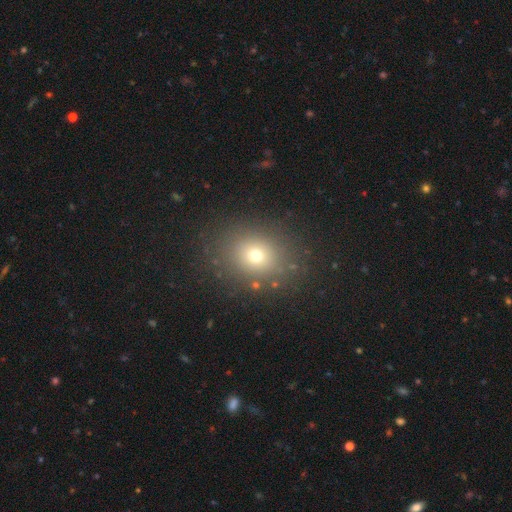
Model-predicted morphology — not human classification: Smooth or featured?
  - smooth: 69% *
  - star or artifact: 19%
  - featured or disk: 12%
How rounded?
  - round: 66% *
  - in between: 33%
  - cigar-shaped: 1%
Merging?
  - none: 85% *
  - minor disturbance: 9%
  - major disturbance: 4%
  - merger: 2%